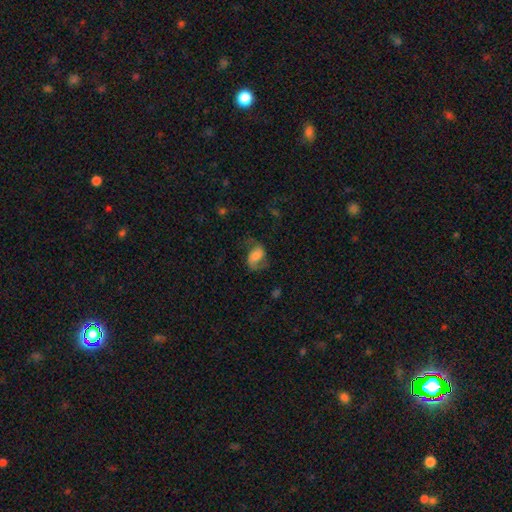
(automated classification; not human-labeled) Overall: featured or disk (58%; smooth 33%). Edge-on disk: no (97%). Bar: no (41%; weak 39%). Spiral arms: yes (89%). Spiral arm count: 2 (85%). Spiral winding: loose (55%; medium 36%). Bulge size: large (27%; moderate 24%). Merging: none (55%; major disturbance 22%).